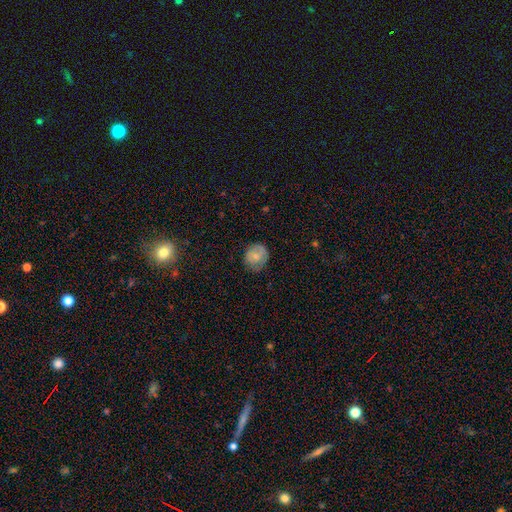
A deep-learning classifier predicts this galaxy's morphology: Overall: smooth (70%). How rounded: round (77%). Merging: none (68%).